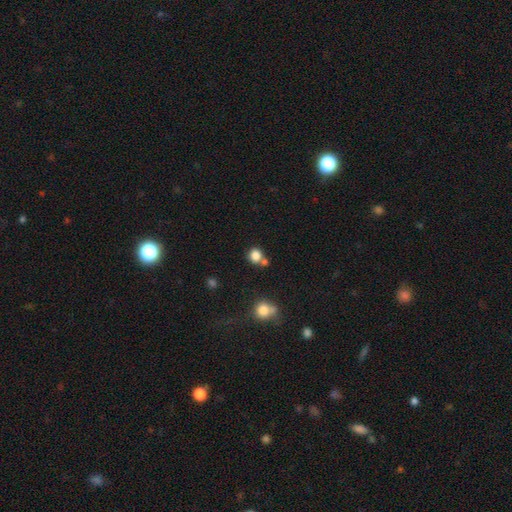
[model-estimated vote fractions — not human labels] smooth 82%, star or artifact 12%, featured or disk 6%. Down the decision tree: how rounded — round (82%); merging — none (64%).